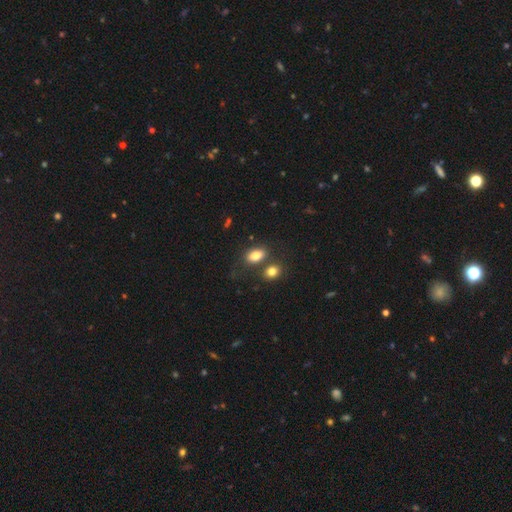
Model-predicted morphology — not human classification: Smooth or featured?
  - smooth: 82% *
  - star or artifact: 9%
  - featured or disk: 9%
How rounded?
  - in between: 85% *
  - round: 13%
  - cigar-shaped: 2%
Merging?
  - none: 59% *
  - merger: 24%
  - minor disturbance: 12%
  - major disturbance: 5%